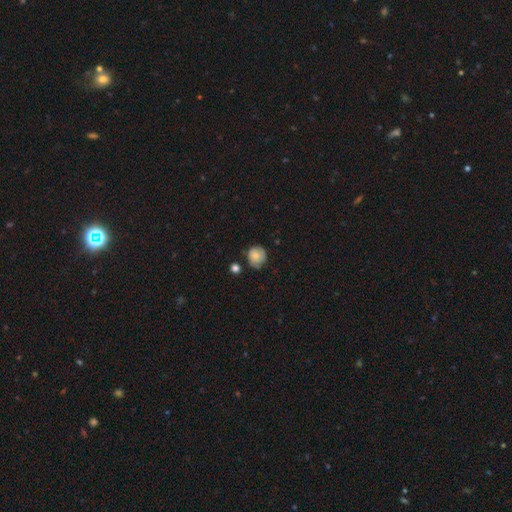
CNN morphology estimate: Overall: smooth (72%). How rounded: round (86%). Merging: none (66%).